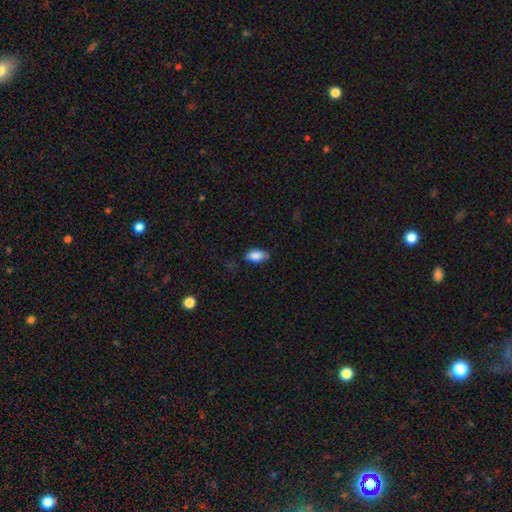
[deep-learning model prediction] This appears to be a smooth galaxy with no disk features (86%) that is in between round and cigar-shaped (91%). Merging: none (71%).